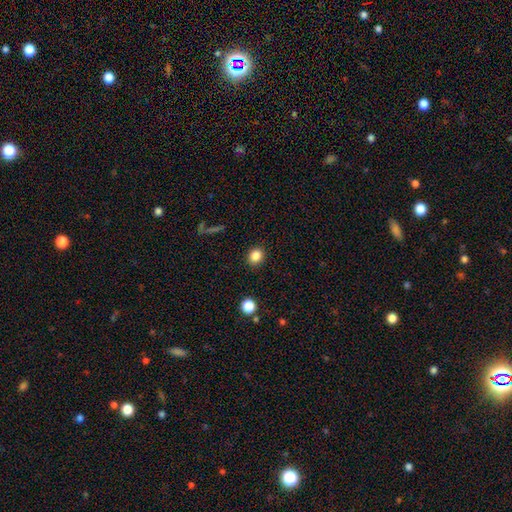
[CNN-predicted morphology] Smooth or featured? Predicted: smooth (p=0.84). How rounded? Predicted: round (p=0.71). Merging? Predicted: none (p=0.90).